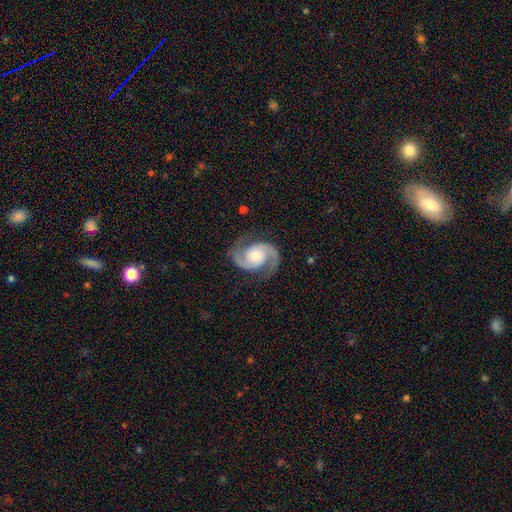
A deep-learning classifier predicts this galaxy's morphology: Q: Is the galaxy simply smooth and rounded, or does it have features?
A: featured or disk — 93%.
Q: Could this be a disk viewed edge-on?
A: no — 98%.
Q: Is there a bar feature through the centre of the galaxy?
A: no — 67%.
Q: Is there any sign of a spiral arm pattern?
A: yes — 98%.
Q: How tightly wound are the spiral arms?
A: medium — 60%.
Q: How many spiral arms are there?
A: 2 — 95%.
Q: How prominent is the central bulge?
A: moderate — 51%.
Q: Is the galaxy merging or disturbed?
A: none — 82%.